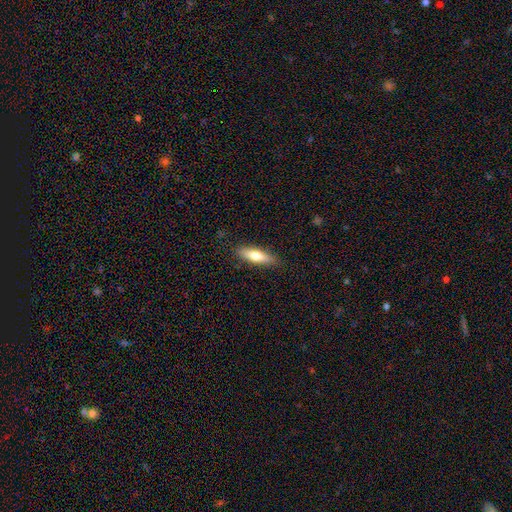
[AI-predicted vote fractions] Q: Smooth or featured?
A: smooth (66%); runner-up: featured or disk (28%)
Q: How rounded?
A: cigar-shaped (63%); runner-up: in between (35%)
Q: Merging?
A: none (87%); runner-up: minor disturbance (10%)